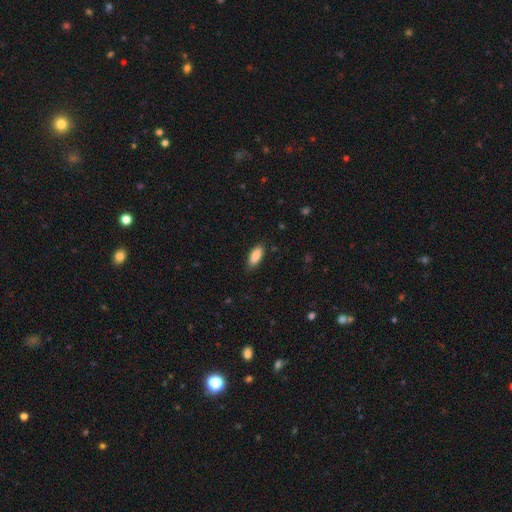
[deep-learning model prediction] Overall: smooth (87%). How rounded: in between (83%). Merging: none (85%).